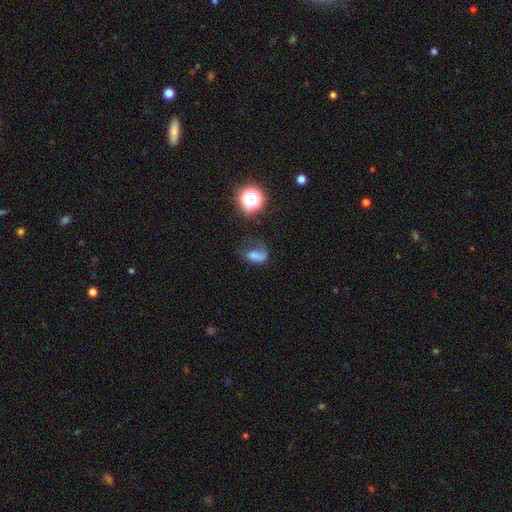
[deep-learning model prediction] A smooth galaxy with no disk features (55%) that is in between round and cigar-shaped (74%). Merging: major disturbance (37%).